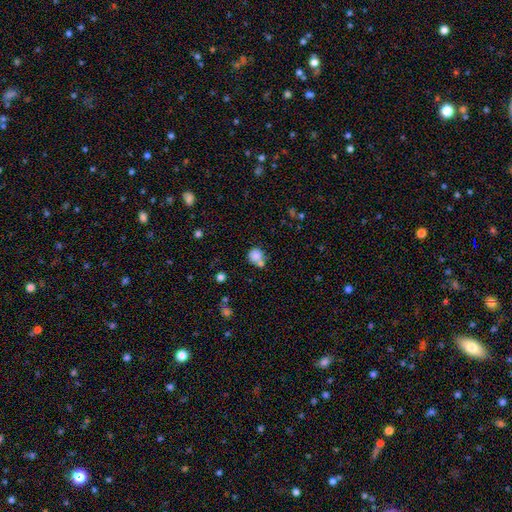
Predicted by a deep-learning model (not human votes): This is clearly a smooth galaxy (83%). How rounded: clearly round (86%). Merging: possibly none (55%).